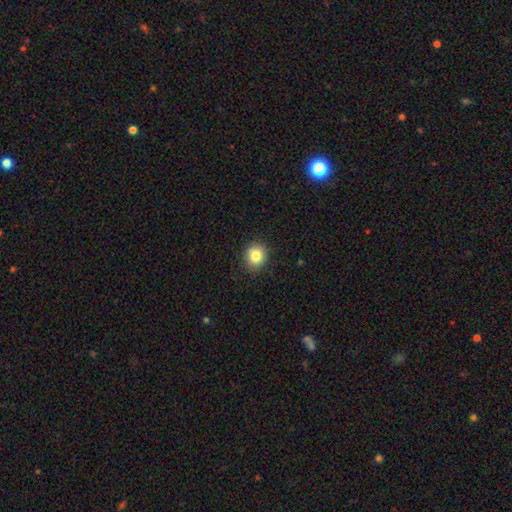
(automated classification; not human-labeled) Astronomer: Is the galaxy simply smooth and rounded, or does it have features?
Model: smooth — 82%.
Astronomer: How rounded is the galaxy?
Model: round — 76%.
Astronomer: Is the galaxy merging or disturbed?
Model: none — 88%.